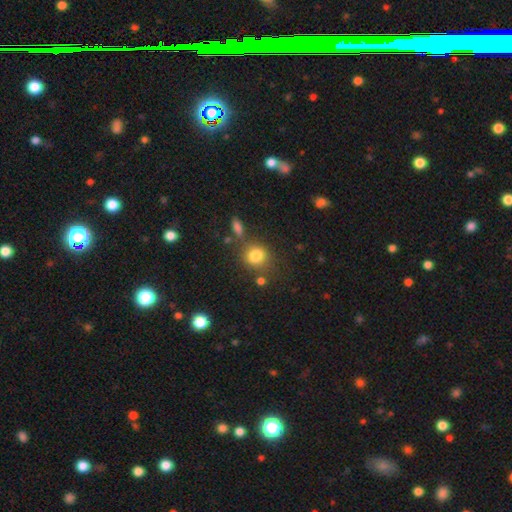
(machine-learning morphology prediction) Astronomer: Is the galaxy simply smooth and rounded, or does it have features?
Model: smooth — 81%.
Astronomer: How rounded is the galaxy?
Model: round — 76%.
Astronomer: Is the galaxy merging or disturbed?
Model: none — 70%.